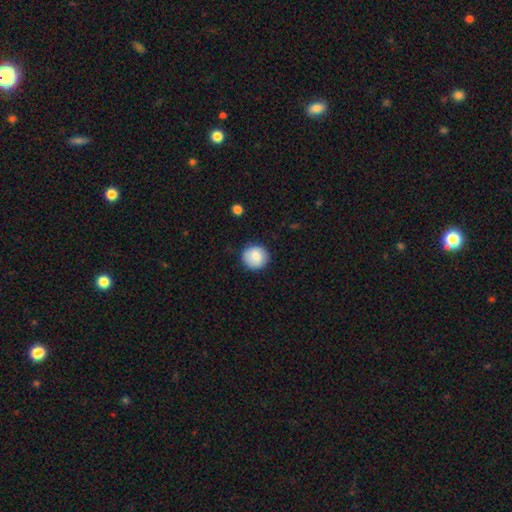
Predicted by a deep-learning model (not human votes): Morphology: type=smooth (84%); roundness=round (92%); merging=none (87%).